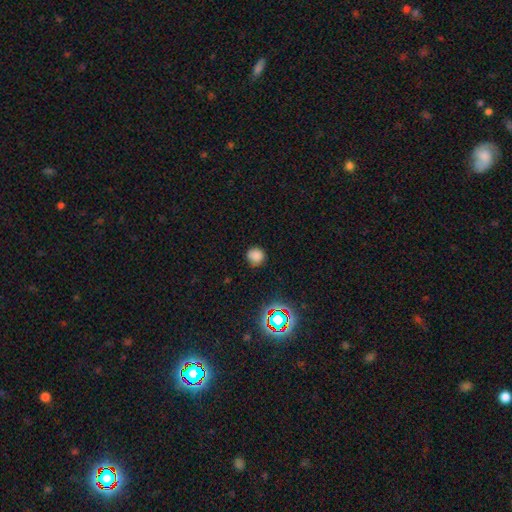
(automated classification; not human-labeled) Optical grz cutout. It shows a smooth galaxy with no disk features (78%) that is round (91%). Merging: none (86%).